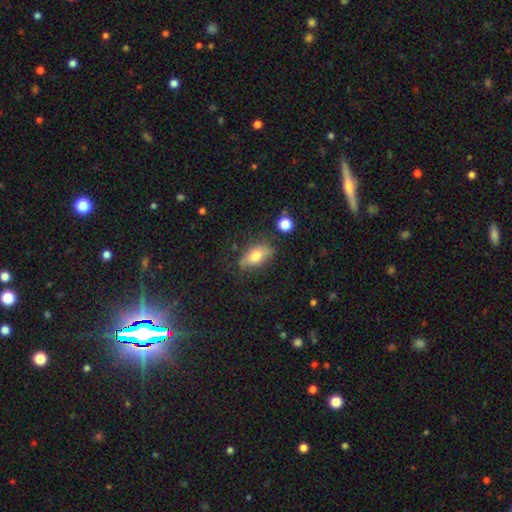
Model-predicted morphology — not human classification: Overall: smooth (71%). How rounded: in between (86%). Merging: none (63%).